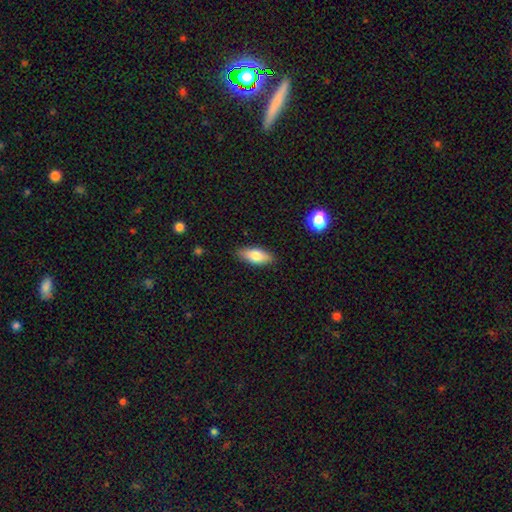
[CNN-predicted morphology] The model was most divided on "smooth or featured": smooth: 77%, featured or disk: 16%, star or artifact: 7%. More confident: merging — none (86%); how rounded — in between (83%).